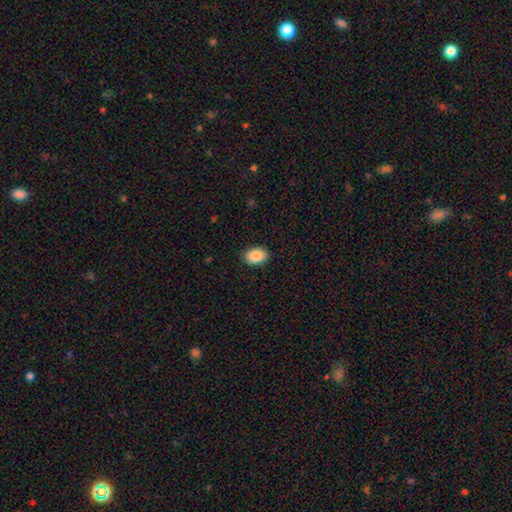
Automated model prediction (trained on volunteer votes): The model was most divided on "how rounded": in between: 83%, round: 16%, cigar-shaped: 1%. More confident: merging — none (89%); smooth or featured — smooth (88%).